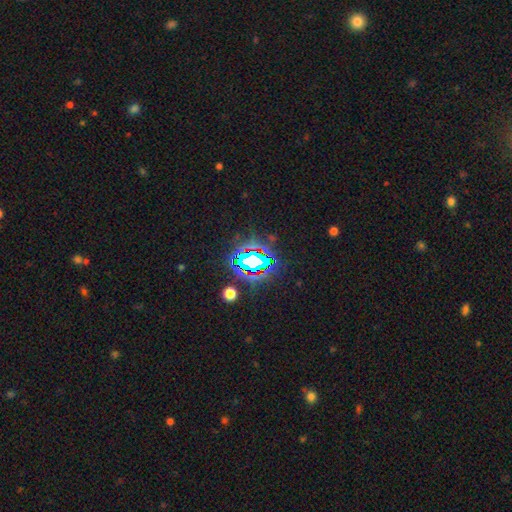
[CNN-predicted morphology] star or artifact 81%, smooth 12%, featured or disk 7%.